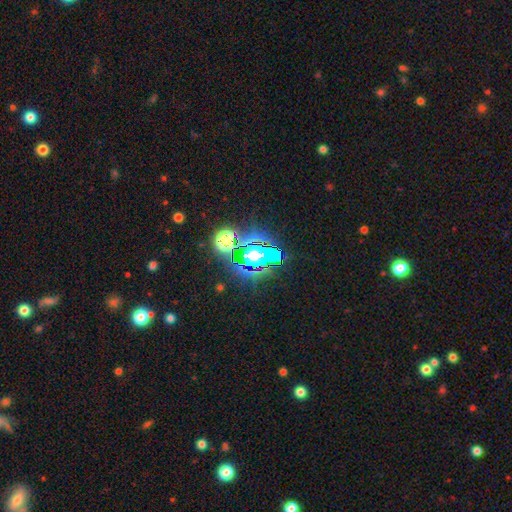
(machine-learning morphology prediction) Smooth or featured? Predicted: star or artifact (p=0.69).